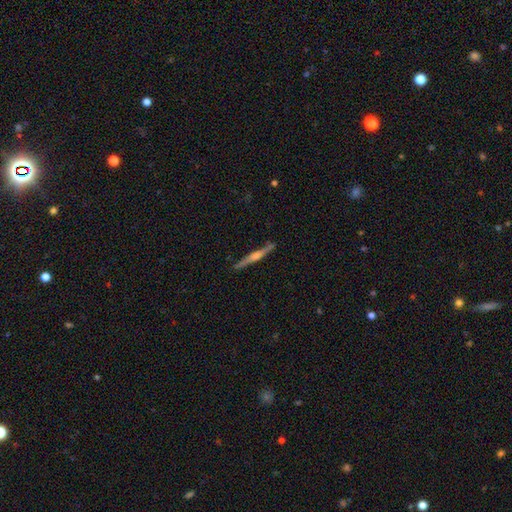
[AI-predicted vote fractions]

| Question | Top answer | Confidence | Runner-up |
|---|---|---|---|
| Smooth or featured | featured or disk | 76% | smooth (19%) |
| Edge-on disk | yes | 98% | no (2%) |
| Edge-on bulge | rounded | 75% | boxy (14%) |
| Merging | none | 89% | minor disturbance (8%) |